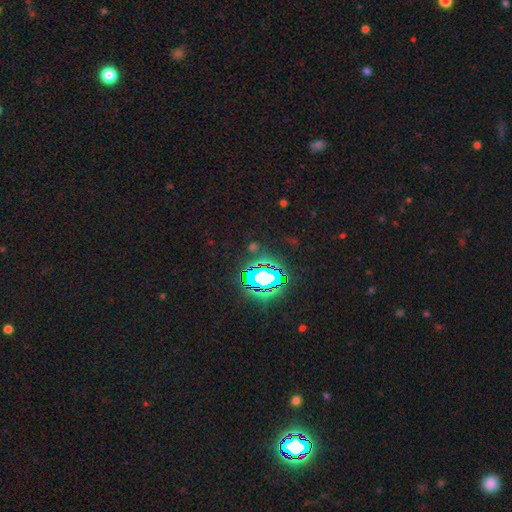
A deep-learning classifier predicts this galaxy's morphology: Smooth or featured? star or artifact (81%)